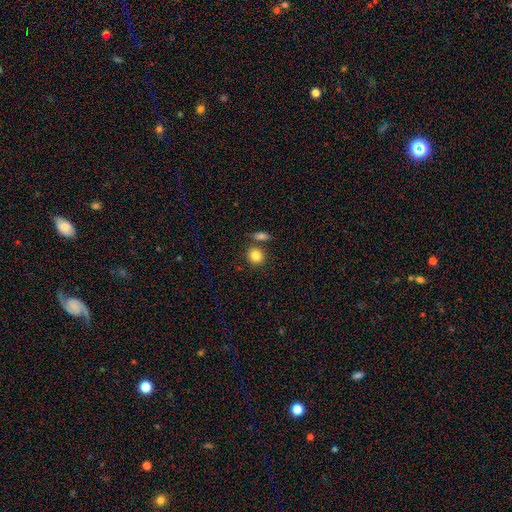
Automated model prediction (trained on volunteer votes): Smooth or featured? Predicted: smooth (p=0.84). How rounded? Predicted: round (p=0.80). Merging? Predicted: none (p=0.71).